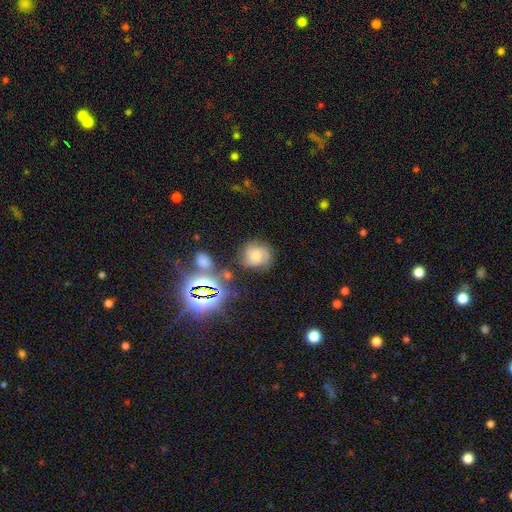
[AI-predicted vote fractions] Smooth or featured?
  - featured or disk: 55% *
  - smooth: 24%
  - star or artifact: 21%
Edge-on disk?
  - no: 97% *
  - yes: 3%
Bar?
  - no: 68% *
  - weak: 25%
  - strong: 7%
Spiral arms?
  - yes: 90% *
  - no: 10%
Bulge size?
  - moderate: 56% *
  - small: 31%
  - large: 6%
  - none: 5%
  - dominant: 2%
Merging?
  - none: 69% *
  - minor disturbance: 19%
  - major disturbance: 8%
  - merger: 4%